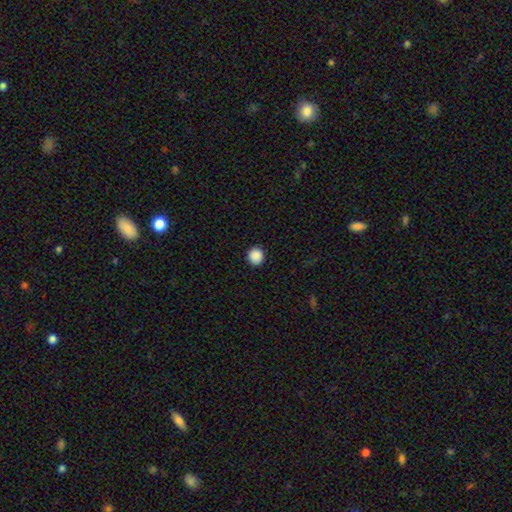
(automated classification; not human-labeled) The model was most divided on "smooth or featured": smooth: 89%, star or artifact: 9%, featured or disk: 2%. More confident: merging — none (92%); how rounded — round (90%).